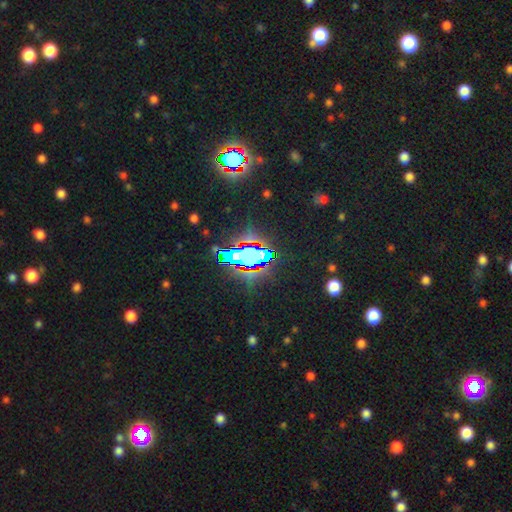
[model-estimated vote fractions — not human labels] This appears to be a star or artifact, not a galaxy (69%).